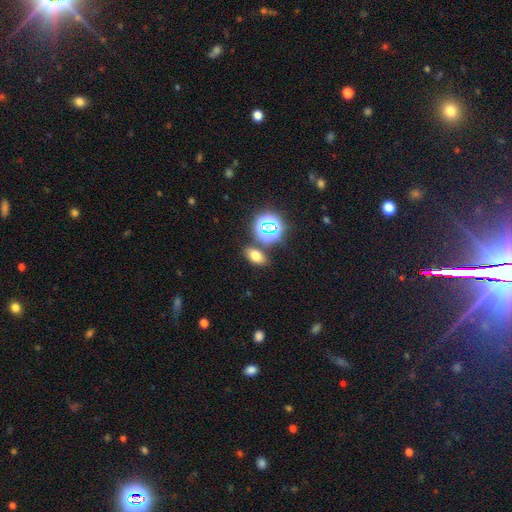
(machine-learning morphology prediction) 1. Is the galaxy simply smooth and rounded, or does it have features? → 65% smooth, 24% star or artifact, 10% featured or disk.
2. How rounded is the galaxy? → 81% in between, 16% round, 3% cigar-shaped.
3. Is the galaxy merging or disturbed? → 78% none, 10% minor disturbance, 9% merger, 3% major disturbance.